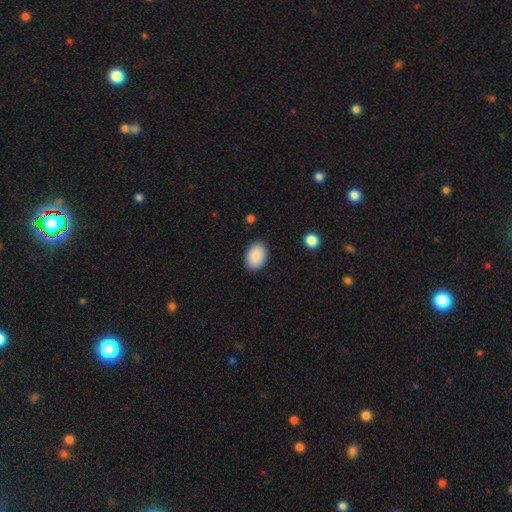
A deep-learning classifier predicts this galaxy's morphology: This is clearly a smooth galaxy (90%). How rounded: clearly in between (84%). Merging: clearly none (88%).